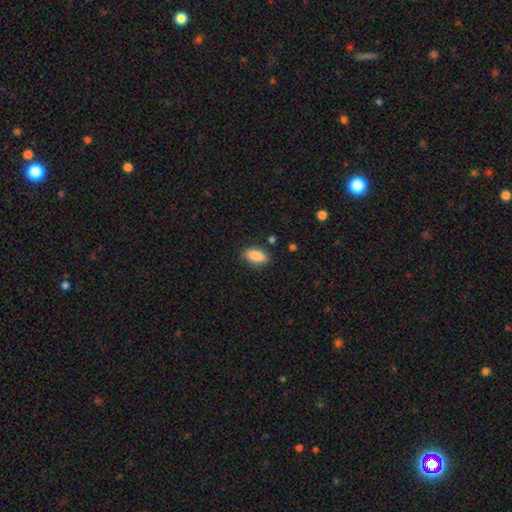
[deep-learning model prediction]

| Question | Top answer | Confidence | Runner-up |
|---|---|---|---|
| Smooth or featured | smooth | 87% | star or artifact (7%) |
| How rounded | in between | 85% | cigar-shaped (12%) |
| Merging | none | 85% | minor disturbance (11%) |